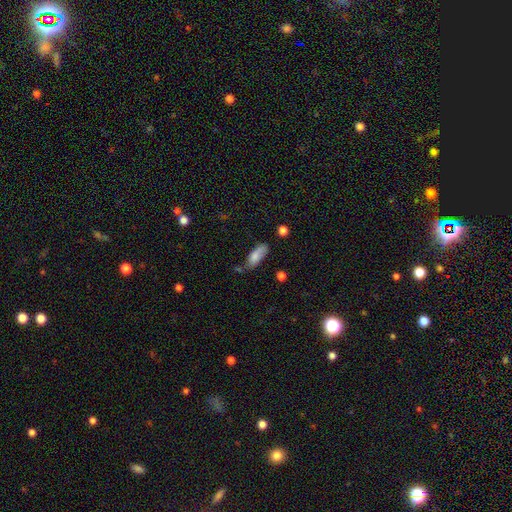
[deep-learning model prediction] The model was most divided on "merging": none: 56%, minor disturbance: 29%, merger: 8%, major disturbance: 7%. More confident: smooth or featured — smooth (81%); how rounded — in between (70%).